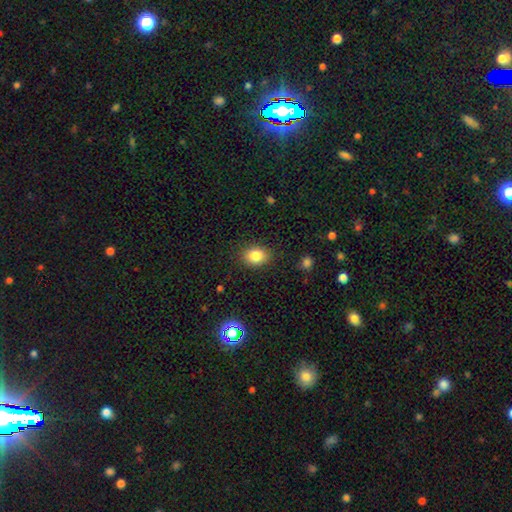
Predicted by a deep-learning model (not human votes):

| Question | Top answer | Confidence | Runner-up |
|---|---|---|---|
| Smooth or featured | smooth | 83% | star or artifact (11%) |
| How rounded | in between | 57% | round (42%) |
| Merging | none | 86% | minor disturbance (10%) |